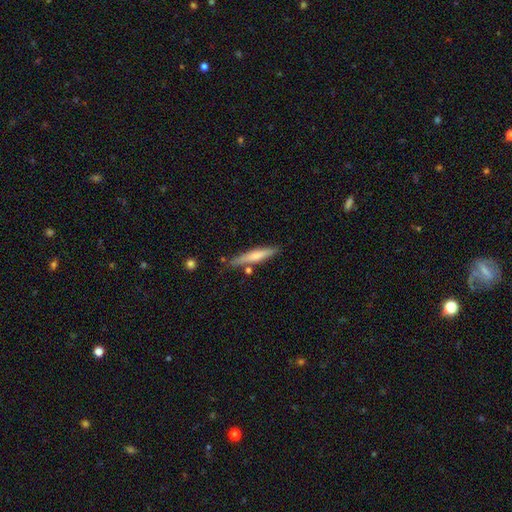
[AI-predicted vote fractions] A smooth galaxy with no disk features (58%) that is cigar-shaped (91%).

Vote fractions:
- Smooth or featured? smooth: 58% / featured or disk: 36% / star or artifact: 6%
- How rounded? cigar-shaped: 91% / in between: 7% / round: 2%
- Merging? none: 80% / minor disturbance: 12% / merger: 5% / major disturbance: 2%